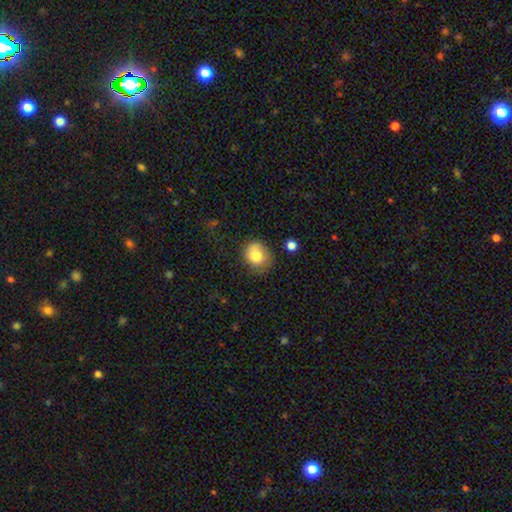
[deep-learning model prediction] smooth-or-featured: smooth: 81% | featured or disk: 10% | star or artifact: 9%
  how-rounded: round: 58% | in between: 41% | cigar-shaped: 1%
  merging: none: 66% | minor disturbance: 24% | major disturbance: 7% | merger: 3%